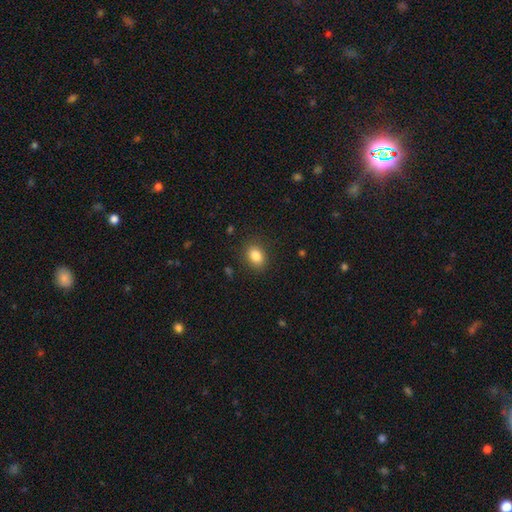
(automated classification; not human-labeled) This appears to be a smooth galaxy with no disk features (84%) that is in between round and cigar-shaped (70%). Merging: none (86%).